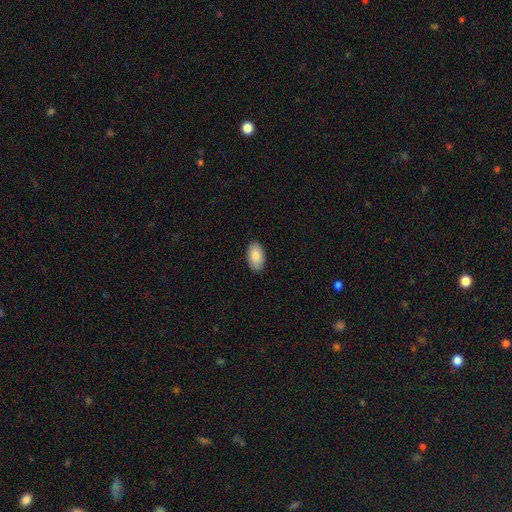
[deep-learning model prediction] smooth 88%, star or artifact 6%, featured or disk 6%. Down the decision tree: how rounded — in between (95%); merging — none (89%).